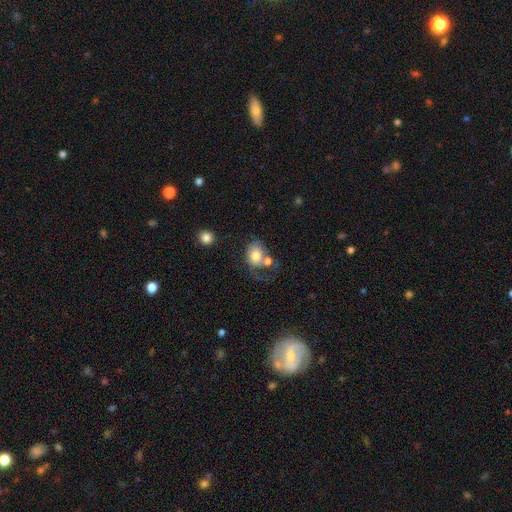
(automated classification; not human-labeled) Smooth or featured?
  - smooth: 71% *
  - featured or disk: 21%
  - star or artifact: 8%
How rounded?
  - in between: 56% *
  - round: 43%
  - cigar-shaped: 1%
Merging?
  - merger: 39% *
  - none: 25%
  - major disturbance: 20%
  - minor disturbance: 16%